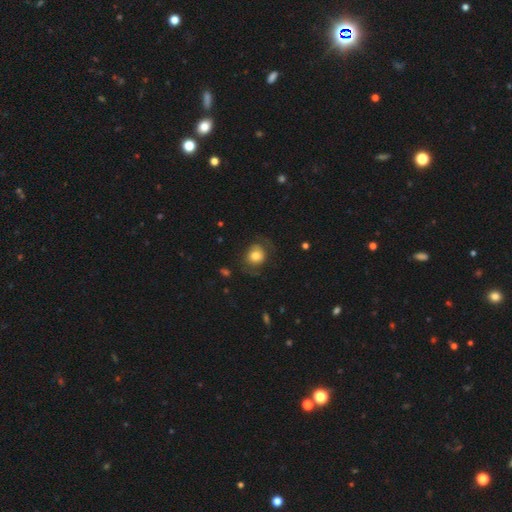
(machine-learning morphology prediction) Overall: smooth (65%; featured or disk 27%). How rounded: round (73%). Merging: none (63%).